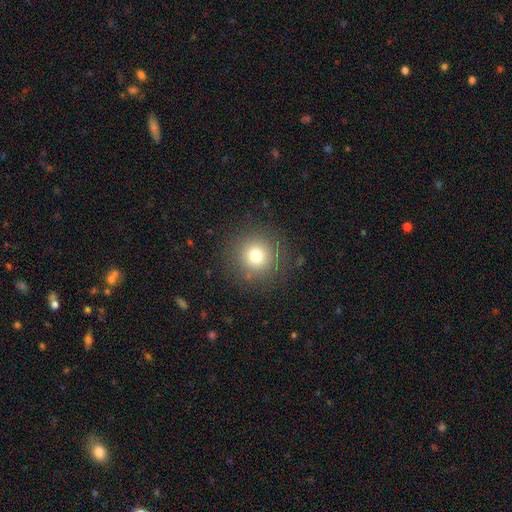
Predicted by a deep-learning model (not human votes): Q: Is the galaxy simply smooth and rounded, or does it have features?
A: smooth — 76%.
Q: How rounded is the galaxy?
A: round — 94%.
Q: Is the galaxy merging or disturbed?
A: none — 87%.